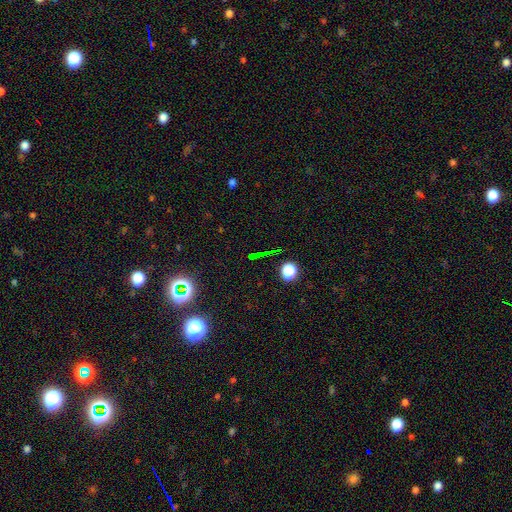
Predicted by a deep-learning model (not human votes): Smooth or featured? star or artifact (61%)